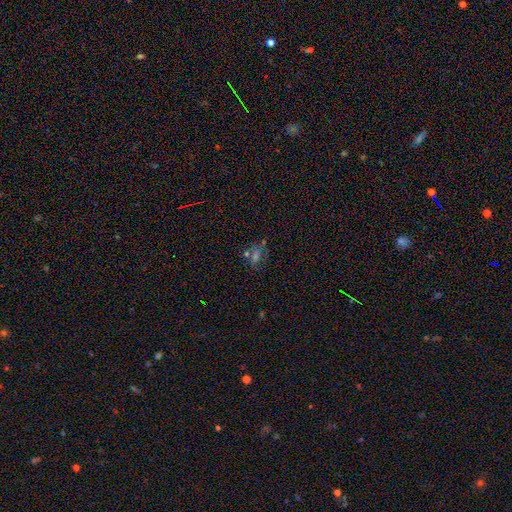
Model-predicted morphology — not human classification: A star or artifact, not a galaxy (49%).

Vote fractions:
- Smooth or featured? star or artifact: 49% / smooth: 31% / featured or disk: 20%